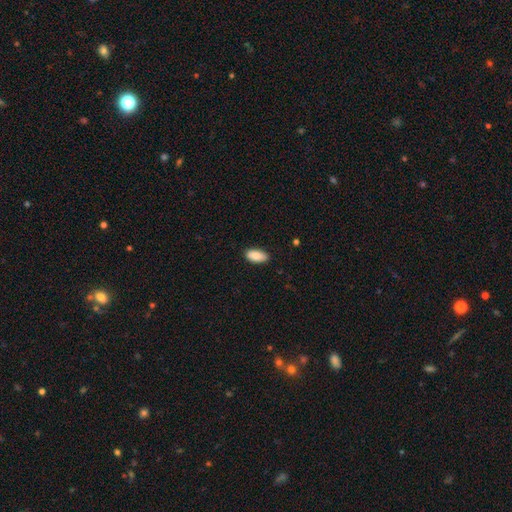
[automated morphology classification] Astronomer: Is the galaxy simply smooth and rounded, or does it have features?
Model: smooth — 87%.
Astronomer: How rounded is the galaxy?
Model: in between — 93%.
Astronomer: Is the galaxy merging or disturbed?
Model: none — 86%.